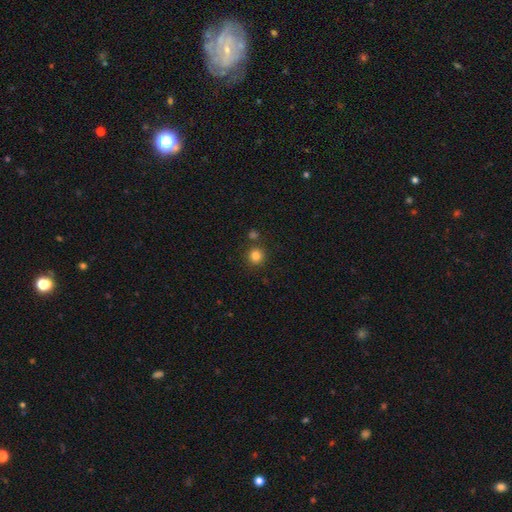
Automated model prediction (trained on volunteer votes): This appears to be a smooth galaxy with no disk features (82%) that is round (94%). Merging: none (82%).